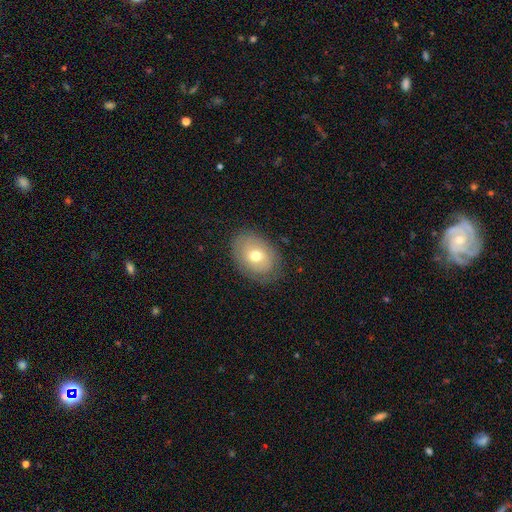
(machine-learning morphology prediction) type=smooth (64%); roundness=in between (72%); merging=none (79%).